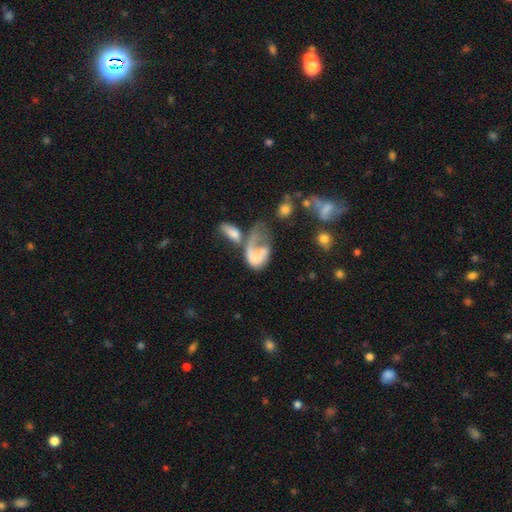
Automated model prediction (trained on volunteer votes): Q: Smooth or featured?
A: smooth (47%); runner-up: featured or disk (44%)
Q: Merging?
A: major disturbance (42%); runner-up: merger (35%)